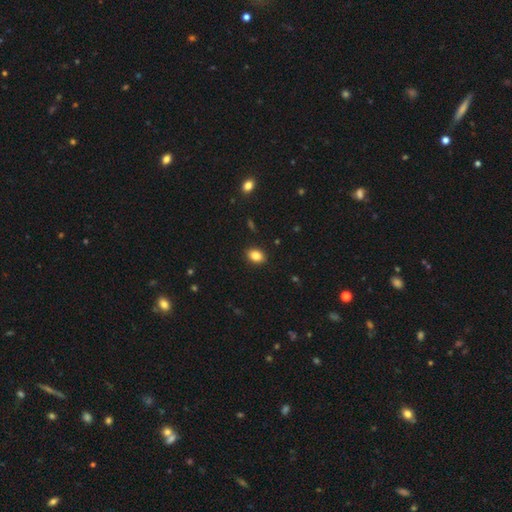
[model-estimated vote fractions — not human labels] Q: Smooth or featured?
A: smooth (85%); runner-up: star or artifact (9%)
Q: How rounded?
A: in between (72%); runner-up: round (27%)
Q: Merging?
A: none (90%); runner-up: minor disturbance (7%)